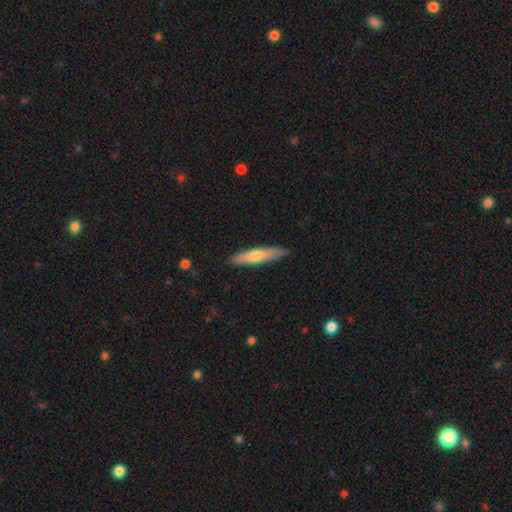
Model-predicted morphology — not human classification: This is possibly a smooth galaxy (56%). How rounded: clearly cigar-shaped (87%). Merging: clearly none (89%).